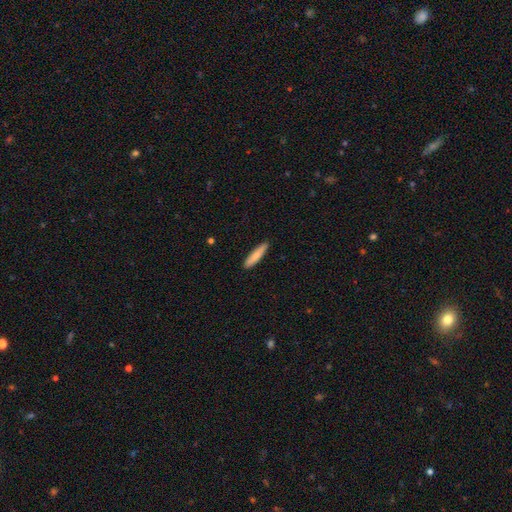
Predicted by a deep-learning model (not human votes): Smooth or featured?
  - smooth: 77% *
  - featured or disk: 18%
  - star or artifact: 5%
How rounded?
  - cigar-shaped: 82% *
  - in between: 16%
  - round: 1%
Merging?
  - none: 89% *
  - minor disturbance: 9%
  - major disturbance: 1%
  - merger: 1%